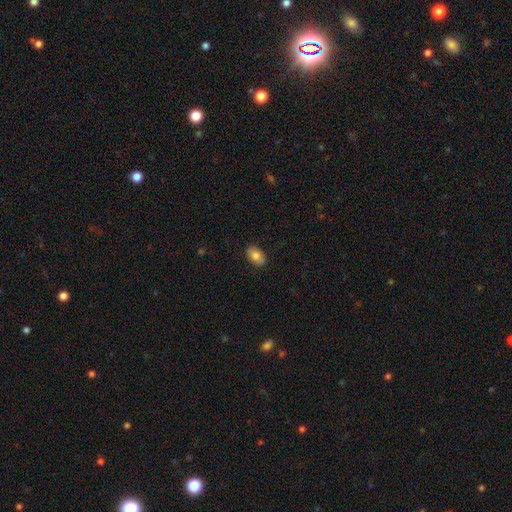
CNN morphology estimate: A smooth galaxy with no disk features (81%) that is in between round and cigar-shaped (89%).

Vote fractions:
- Smooth or featured? smooth: 81% / featured or disk: 11% / star or artifact: 7%
- How rounded? in between: 89% / round: 10% / cigar-shaped: 1%
- Merging? none: 88% / minor disturbance: 9% / major disturbance: 2% / merger: 1%